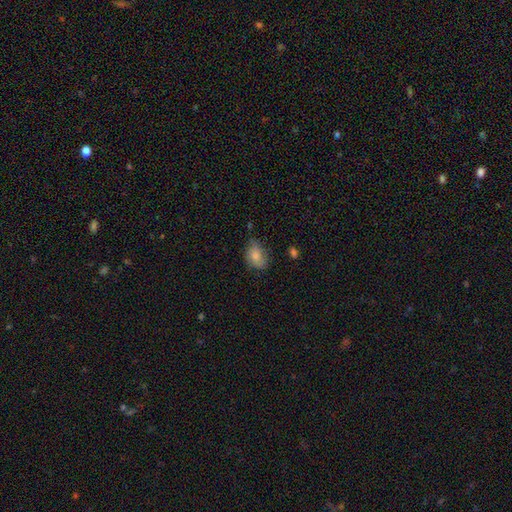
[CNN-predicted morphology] smooth-or-featured: smooth: 78% | featured or disk: 14% | star or artifact: 8%
  how-rounded: in between: 75% | round: 24% | cigar-shaped: 1%
  merging: none: 54% | minor disturbance: 35% | major disturbance: 9% | merger: 2%